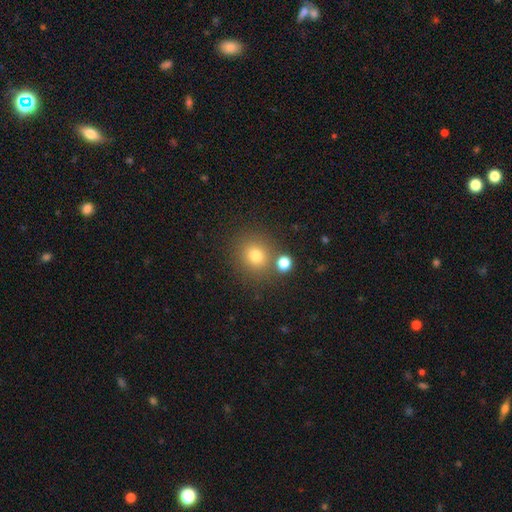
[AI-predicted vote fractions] Smooth or featured?
  - smooth: 76% *
  - star or artifact: 15%
  - featured or disk: 9%
How rounded?
  - round: 86% *
  - in between: 13%
  - cigar-shaped: 1%
Merging?
  - none: 75% *
  - merger: 12%
  - minor disturbance: 9%
  - major disturbance: 3%